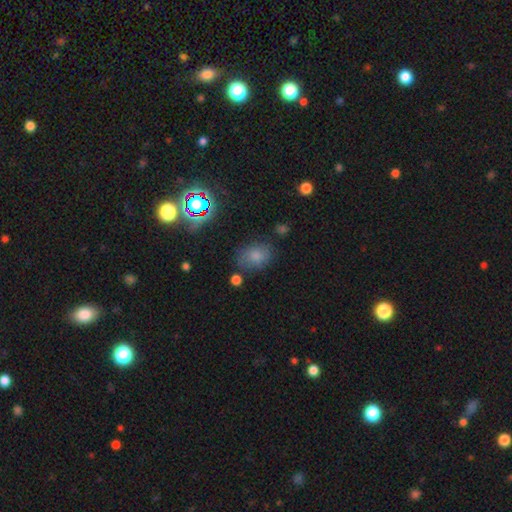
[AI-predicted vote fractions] Smooth or featured? smooth (72%)
How rounded? in between (67%)
Merging? none (71%)